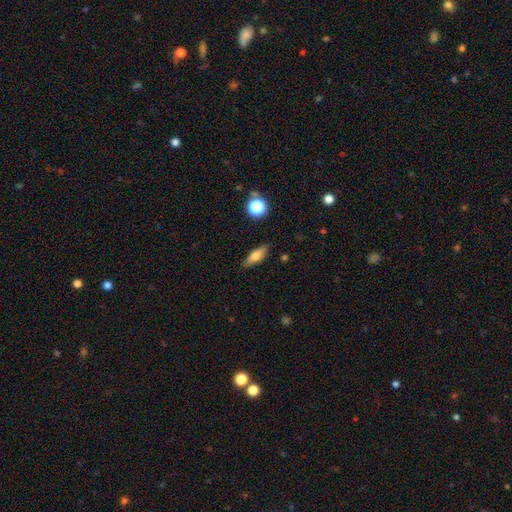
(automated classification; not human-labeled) Smooth or featured? smooth (68%)
How rounded? in between (55%)
Merging? none (85%)